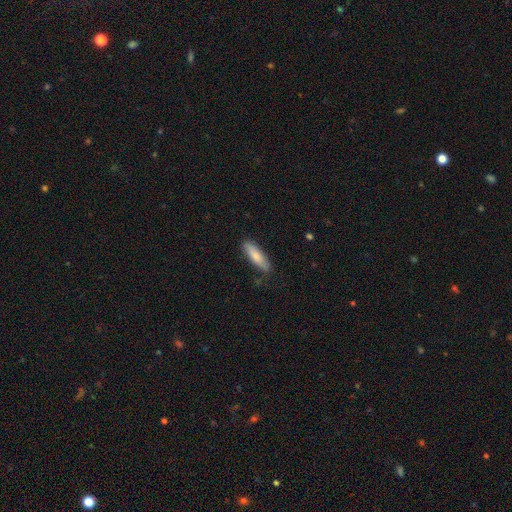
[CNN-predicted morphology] type=smooth (79%); roundness=cigar-shaped (59%); merging=none (83%).